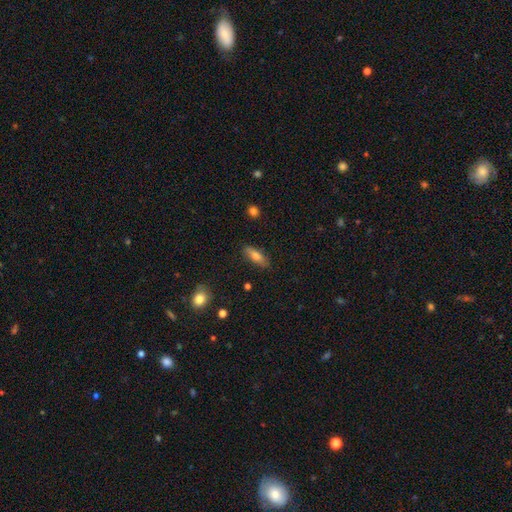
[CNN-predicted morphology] Smooth or featured: smooth — 75% (featured or disk — 18%)
How rounded: in between — 60% (cigar-shaped — 37%)
Merging: none — 84% (minor disturbance — 12%)